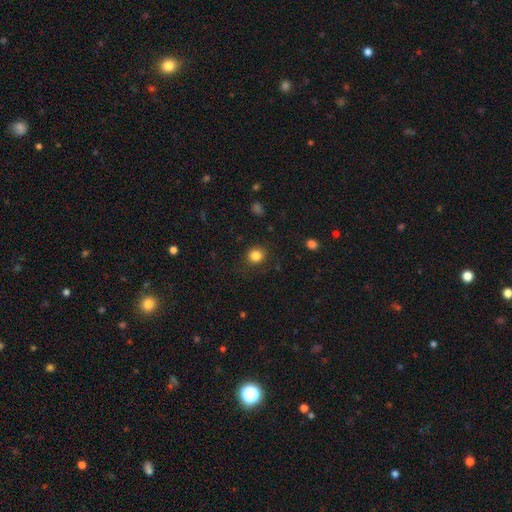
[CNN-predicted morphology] The model was most divided on "how rounded": round: 82%, in between: 17%, cigar-shaped: 1%. More confident: merging — none (86%); smooth or featured — smooth (84%).